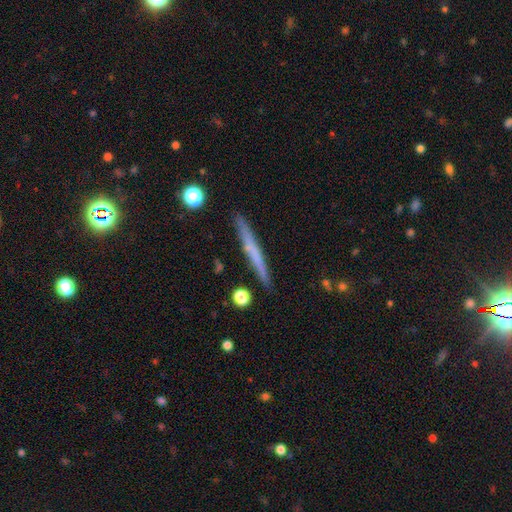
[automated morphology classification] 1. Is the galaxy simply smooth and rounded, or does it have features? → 52% smooth, 42% featured or disk, 7% star or artifact.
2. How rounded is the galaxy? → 96% cigar-shaped, 2% in between, 2% round.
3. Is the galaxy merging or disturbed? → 90% none, 7% minor disturbance, 1% merger, 1% major disturbance.